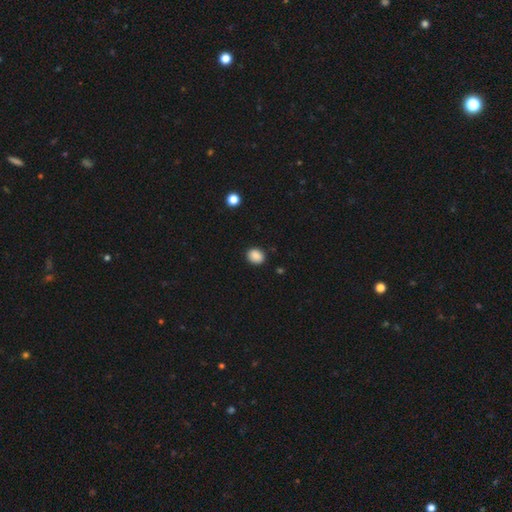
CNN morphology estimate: A smooth galaxy with no disk features (88%) that is round (57%). Merging: none (88%).